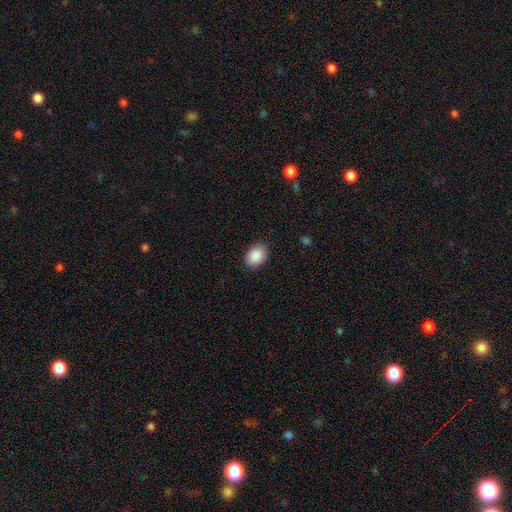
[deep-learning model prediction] smooth_or_featured: smooth (p=0.89) [alt: star or artifact p=0.07]
how_rounded: in between (p=0.71) [alt: round p=0.28]
merging: none (p=0.87) [alt: minor disturbance p=0.10]